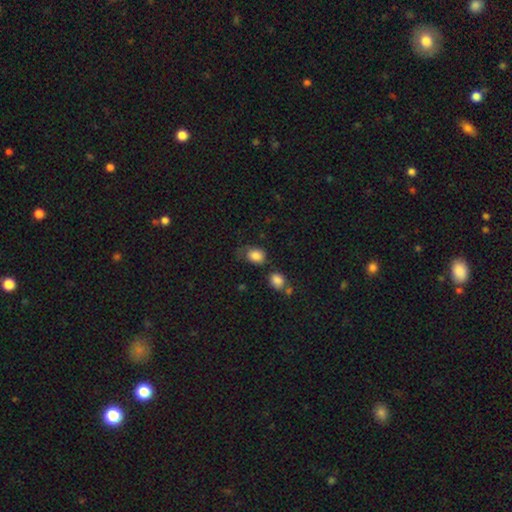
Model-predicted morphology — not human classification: A smooth galaxy with no disk features (84%) that is in between round and cigar-shaped (53%). Merging: none (48%).